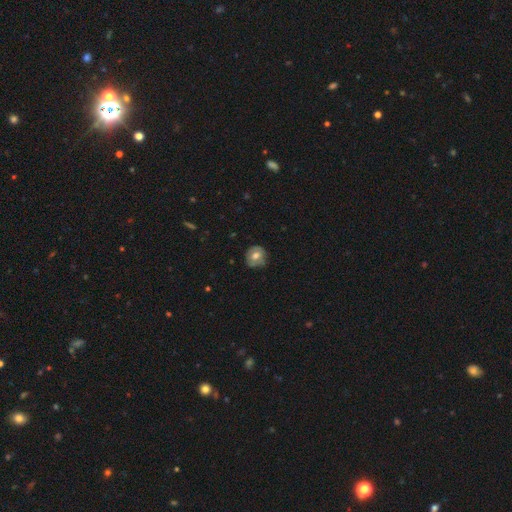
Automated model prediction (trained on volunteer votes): smooth_or_featured: smooth (p=0.52) [alt: featured or disk p=0.40]
how_rounded: round (p=0.82) [alt: in between p=0.17]
merging: none (p=0.72) [alt: minor disturbance p=0.21]